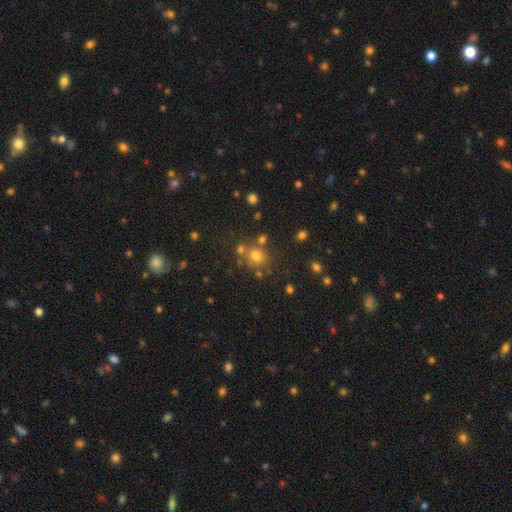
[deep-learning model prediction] Smooth or featured? Predicted: smooth (p=0.66). How rounded? Predicted: round (p=0.77). Merging? Predicted: none (p=0.66).